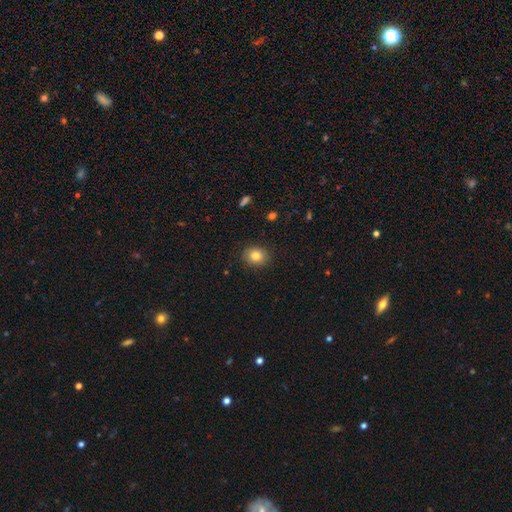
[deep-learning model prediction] Smooth or featured: smooth — 83% (star or artifact — 10%)
How rounded: round — 60% (in between — 39%)
Merging: none — 88% (minor disturbance — 8%)